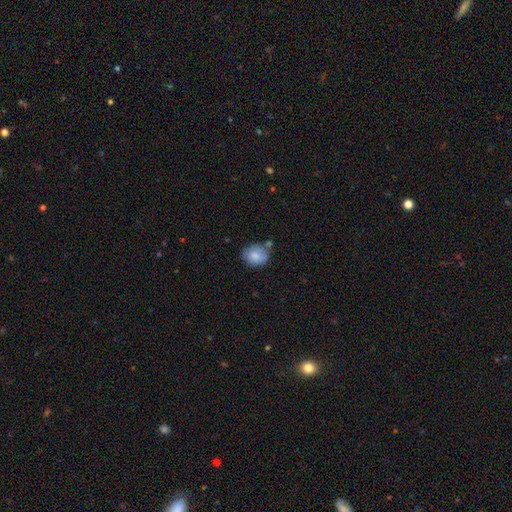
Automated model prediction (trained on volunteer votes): A smooth galaxy with no disk features (79%) that is round (58%).

Vote fractions:
- Smooth or featured? smooth: 79% / featured or disk: 13% / star or artifact: 8%
- How rounded? round: 58% / in between: 41% / cigar-shaped: 1%
- Merging? none: 55% / minor disturbance: 26% / merger: 11% / major disturbance: 7%